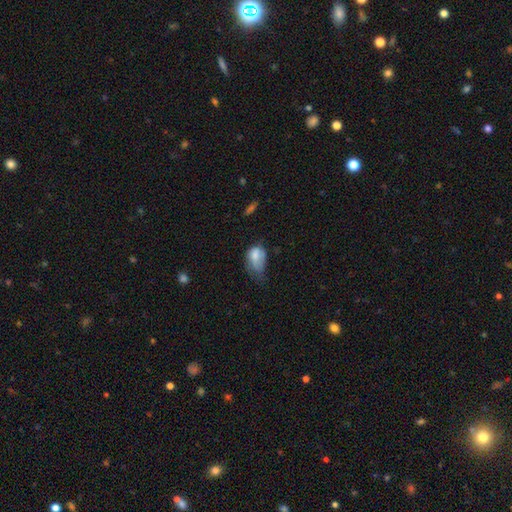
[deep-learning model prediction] A smooth galaxy with no disk features (72%) that is in between round and cigar-shaped (85%). Merging: major disturbance (39%).